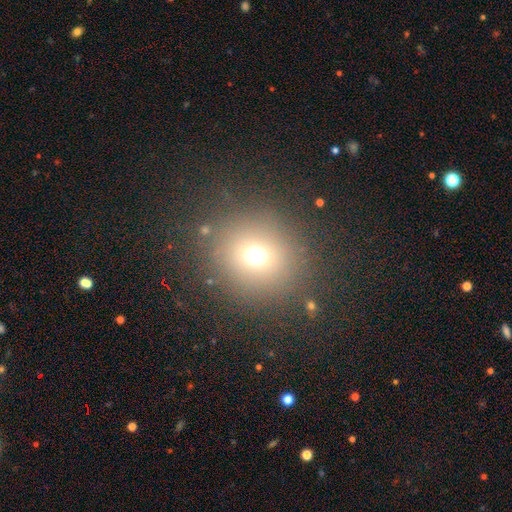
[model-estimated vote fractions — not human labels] A smooth galaxy with no disk features (68%) that is round (87%).

Vote fractions:
- Smooth or featured? smooth: 68% / star or artifact: 23% / featured or disk: 10%
- How rounded? round: 87% / in between: 12% / cigar-shaped: 1%
- Merging? none: 83% / minor disturbance: 9% / major disturbance: 6% / merger: 3%